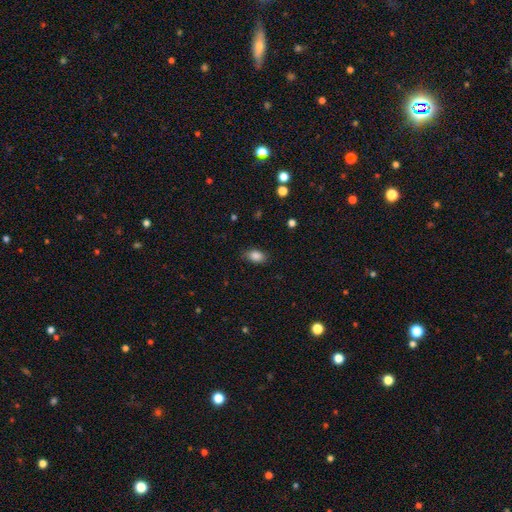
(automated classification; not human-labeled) Smooth or featured?
  - smooth: 86% *
  - star or artifact: 9%
  - featured or disk: 6%
How rounded?
  - in between: 87% *
  - round: 11%
  - cigar-shaped: 2%
Merging?
  - none: 81% *
  - minor disturbance: 15%
  - major disturbance: 3%
  - merger: 1%